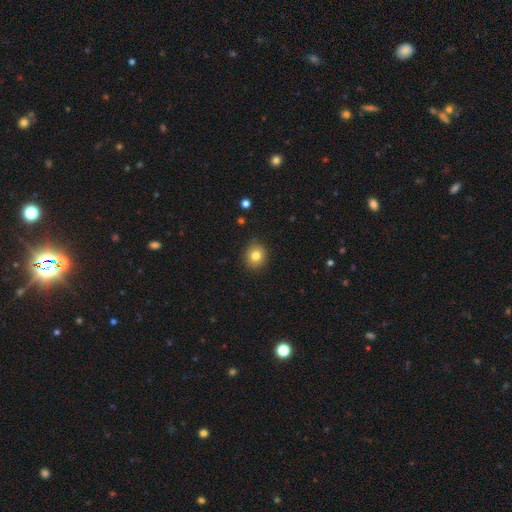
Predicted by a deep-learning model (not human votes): smooth-or-featured: smooth: 80% | star or artifact: 11% | featured or disk: 9%
  how-rounded: round: 79% | in between: 20% | cigar-shaped: 1%
  merging: none: 89% | minor disturbance: 8% | major disturbance: 2% | merger: 1%